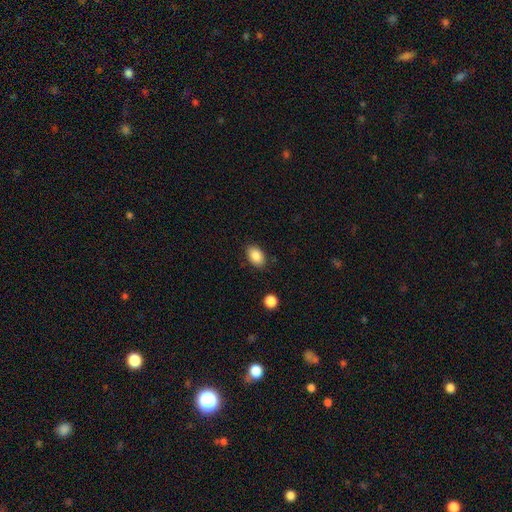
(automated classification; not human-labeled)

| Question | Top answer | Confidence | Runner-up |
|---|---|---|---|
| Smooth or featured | smooth | 87% | star or artifact (8%) |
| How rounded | in between | 87% | round (11%) |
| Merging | none | 85% | minor disturbance (10%) |